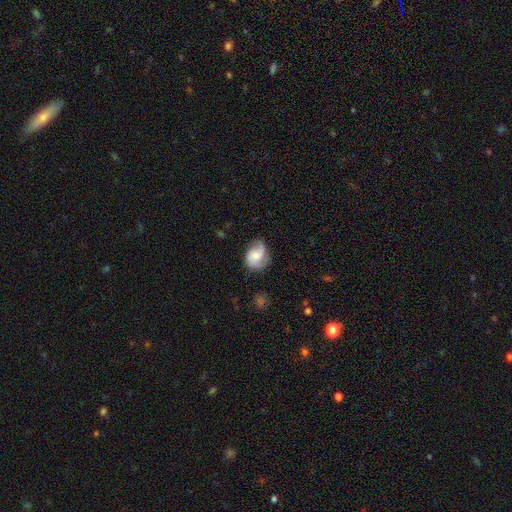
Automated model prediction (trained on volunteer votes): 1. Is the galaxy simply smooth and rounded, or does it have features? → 55% featured or disk, 37% smooth, 8% star or artifact.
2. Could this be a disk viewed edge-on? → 97% no, 3% yes.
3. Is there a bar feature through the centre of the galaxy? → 67% no, 28% weak, 5% strong.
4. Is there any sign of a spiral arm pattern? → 90% yes, 10% no.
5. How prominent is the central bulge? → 49% moderate, 33% small, 9% large, 7% none, 2% dominant.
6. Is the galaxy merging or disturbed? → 60% none, 27% minor disturbance, 11% major disturbance, 2% merger.